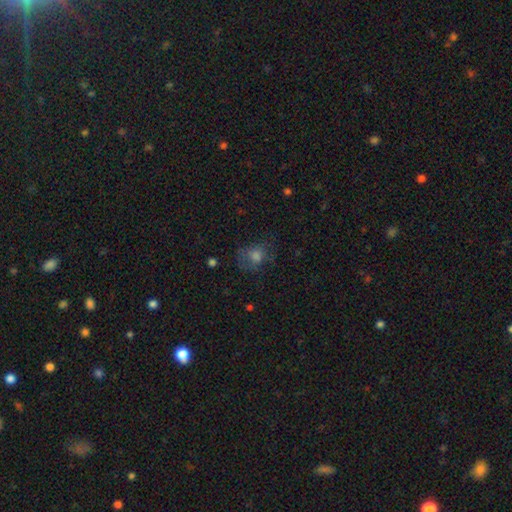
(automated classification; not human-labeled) Smooth or featured?
  - smooth: 61% *
  - featured or disk: 20%
  - star or artifact: 19%
How rounded?
  - round: 63% *
  - in between: 36%
  - cigar-shaped: 1%
Merging?
  - none: 57% *
  - minor disturbance: 22%
  - major disturbance: 19%
  - merger: 2%